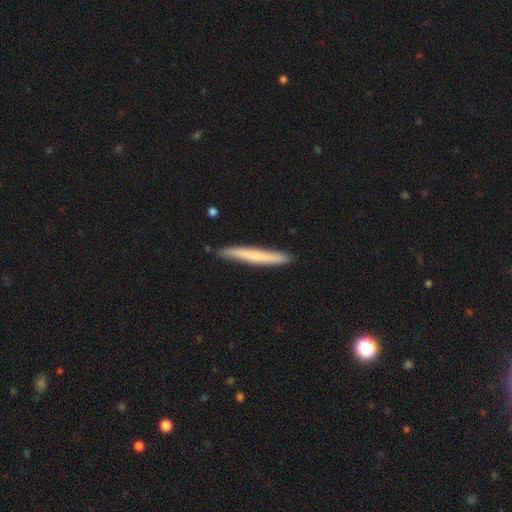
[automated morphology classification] The model was most divided on "smooth or featured": smooth: 60%, featured or disk: 34%, star or artifact: 6%. More confident: how rounded — cigar-shaped (96%); merging — none (86%).